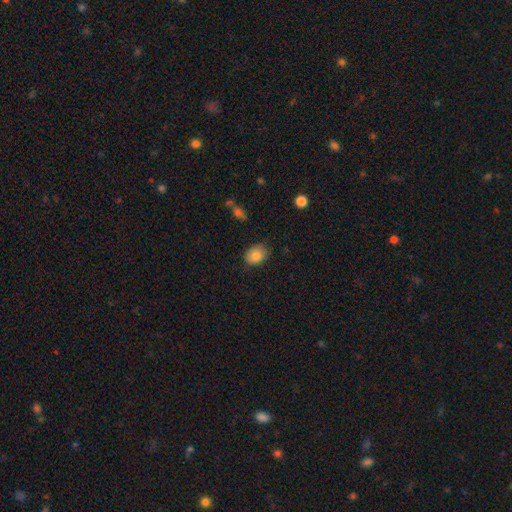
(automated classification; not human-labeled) smooth-or-featured: smooth: 84% | star or artifact: 8% | featured or disk: 8%
  how-rounded: in between: 70% | round: 29% | cigar-shaped: 1%
  merging: none: 76% | minor disturbance: 19% | major disturbance: 3% | merger: 1%